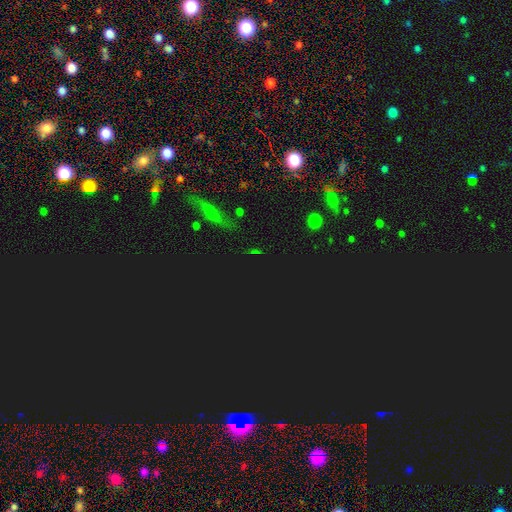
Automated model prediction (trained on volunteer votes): A star or artifact, not a galaxy (66%).

Vote fractions:
- Smooth or featured? star or artifact: 66% / smooth: 21% / featured or disk: 13%